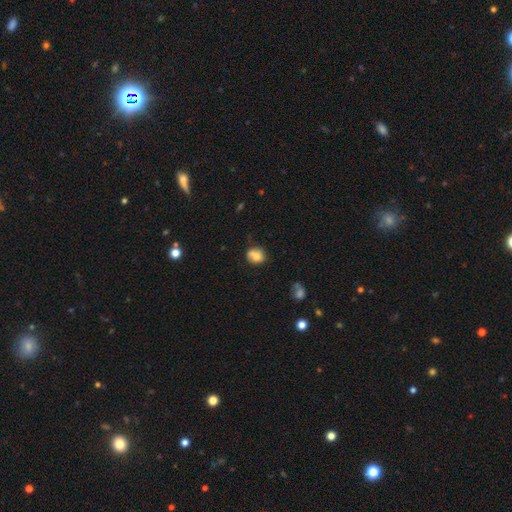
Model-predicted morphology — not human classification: The model was most divided on "how rounded": round: 61%, in between: 38%, cigar-shaped: 1%. More confident: smooth or featured — smooth (74%); merging — none (54%).